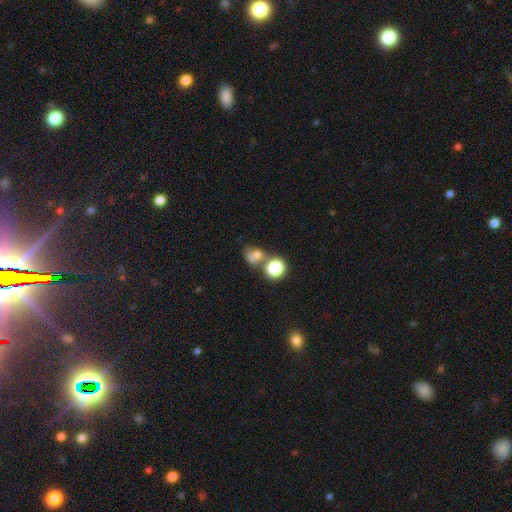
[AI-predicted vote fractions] Q: Smooth or featured?
A: smooth (65%); runner-up: star or artifact (20%)
Q: How rounded?
A: round (62%); runner-up: in between (36%)
Q: Merging?
A: merger (40%); runner-up: none (37%)